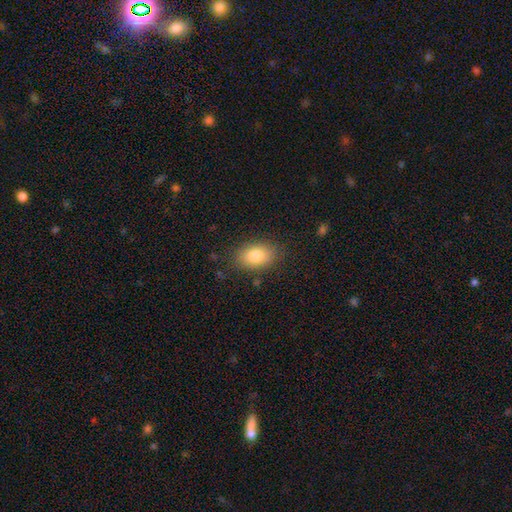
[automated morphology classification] Smooth or featured? Predicted: smooth (p=0.81). How rounded? Predicted: in between (p=0.86). Merging? Predicted: none (p=0.84).